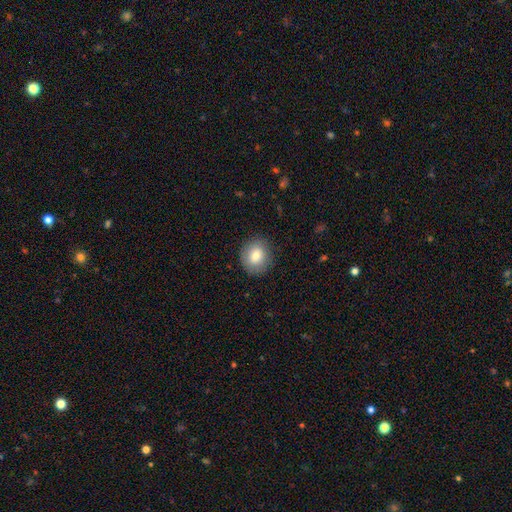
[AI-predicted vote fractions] Smooth or featured? Predicted: smooth (p=0.81). How rounded? Predicted: round (p=0.75). Merging? Predicted: none (p=0.87).